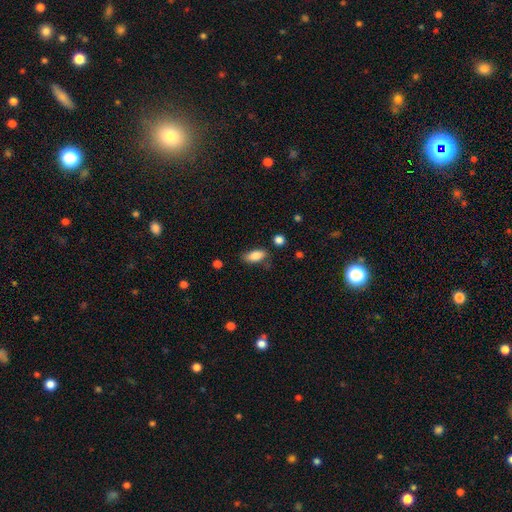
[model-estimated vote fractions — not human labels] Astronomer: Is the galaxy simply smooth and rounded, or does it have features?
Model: smooth — 85%.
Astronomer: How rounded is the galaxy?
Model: in between — 86%.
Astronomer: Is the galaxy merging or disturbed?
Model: none — 70%.